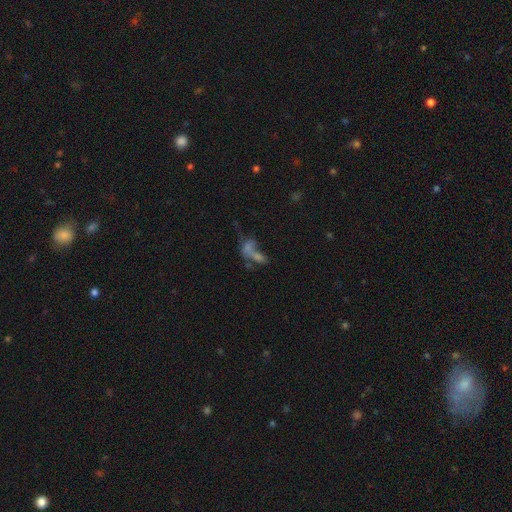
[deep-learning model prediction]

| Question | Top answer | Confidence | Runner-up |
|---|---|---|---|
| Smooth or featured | smooth | 42% | featured or disk (30%) |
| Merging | merger | 52% | none (25%) |